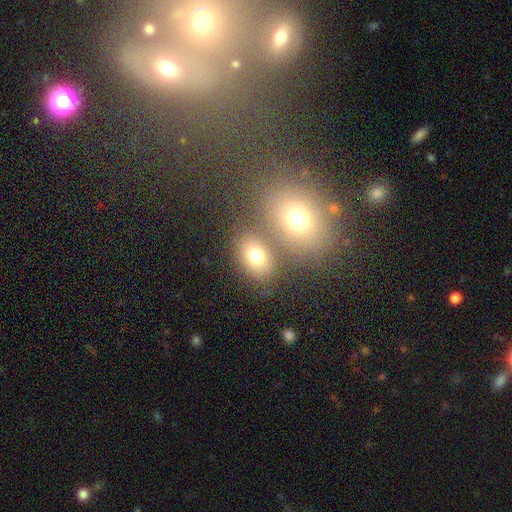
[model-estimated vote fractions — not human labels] This is likely a smooth galaxy (73%). How rounded: possibly in between (59%). Merging: likely none (61%).